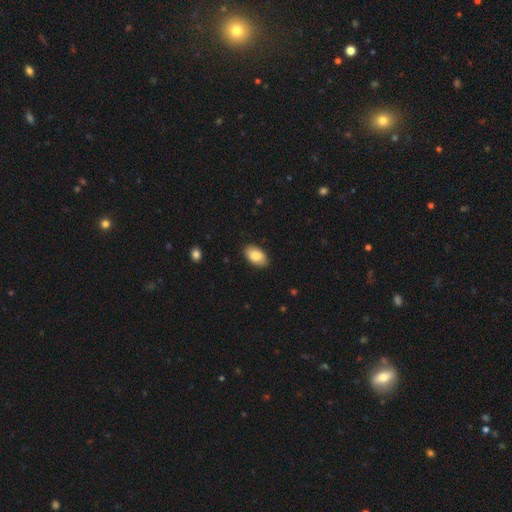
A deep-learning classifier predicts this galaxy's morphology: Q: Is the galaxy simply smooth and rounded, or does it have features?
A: smooth — 85%.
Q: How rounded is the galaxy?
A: in between — 94%.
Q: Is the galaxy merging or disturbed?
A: none — 87%.